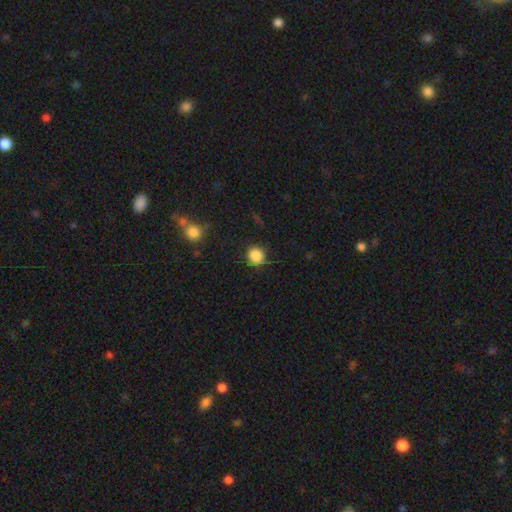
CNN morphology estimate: Smooth or featured? Predicted: smooth (p=0.87). How rounded? Predicted: round (p=0.91). Merging? Predicted: none (p=0.86).